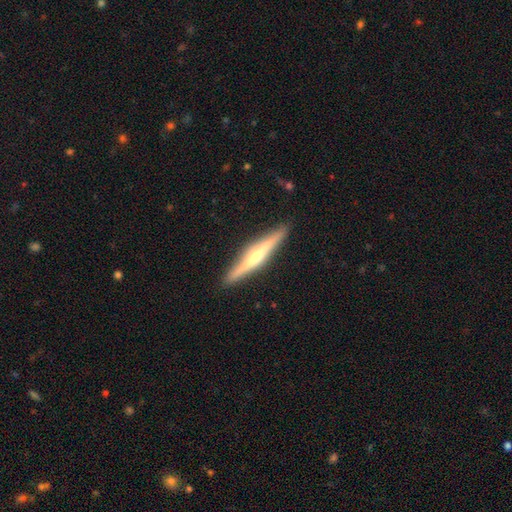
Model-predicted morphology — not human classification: Overall: featured or disk (70%). Edge-on disk: yes (97%). Edge-on bulge: rounded (84%). Merging: none (91%).